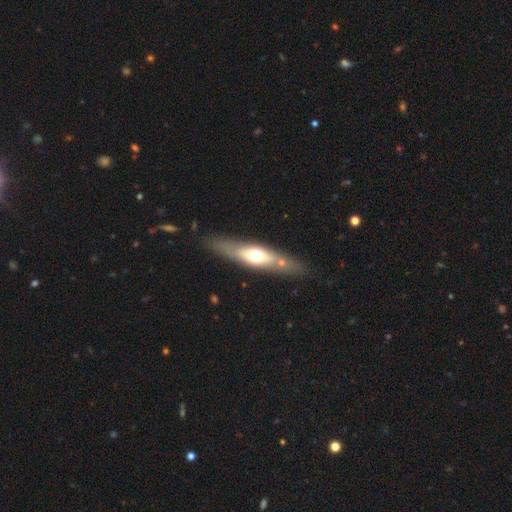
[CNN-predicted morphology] Overall: featured or disk (50%; smooth 44%). Edge-on disk: yes (73%). Merging: none (78%).